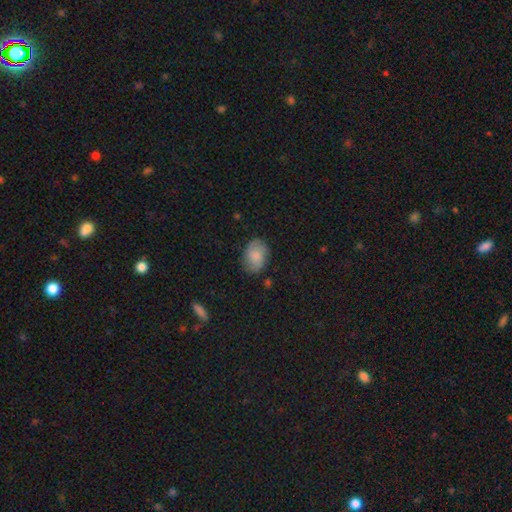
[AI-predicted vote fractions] Q: Smooth or featured?
A: smooth (77%); runner-up: featured or disk (16%)
Q: How rounded?
A: in between (73%); runner-up: round (26%)
Q: Merging?
A: none (76%); runner-up: minor disturbance (18%)